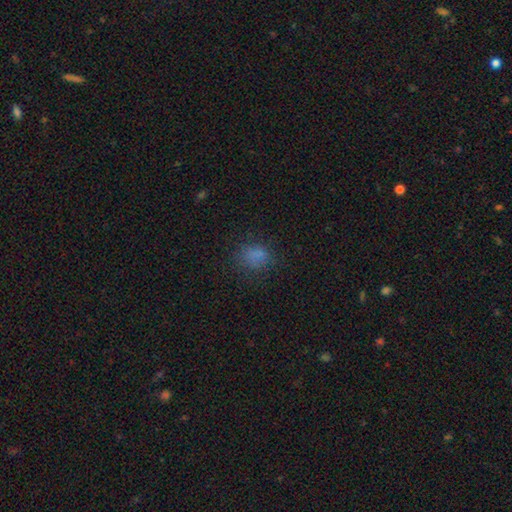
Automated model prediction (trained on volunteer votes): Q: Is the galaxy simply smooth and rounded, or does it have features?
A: smooth — 72%.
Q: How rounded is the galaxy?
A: in between — 51%.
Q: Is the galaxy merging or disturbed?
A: none — 70%.